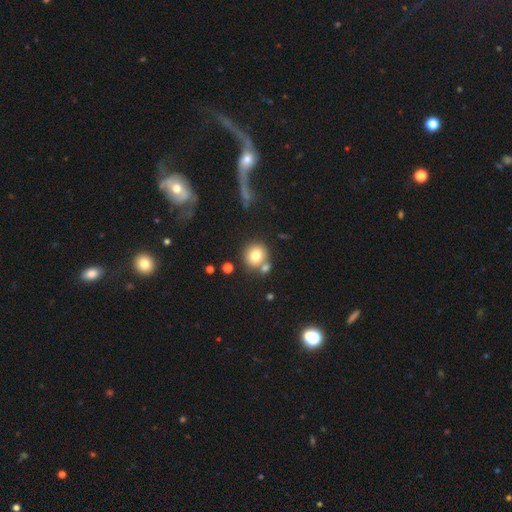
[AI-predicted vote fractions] Smooth or featured?
  - smooth: 78% *
  - featured or disk: 12%
  - star or artifact: 10%
How rounded?
  - round: 85% *
  - in between: 14%
  - cigar-shaped: 1%
Merging?
  - none: 64% *
  - merger: 22%
  - minor disturbance: 10%
  - major disturbance: 4%